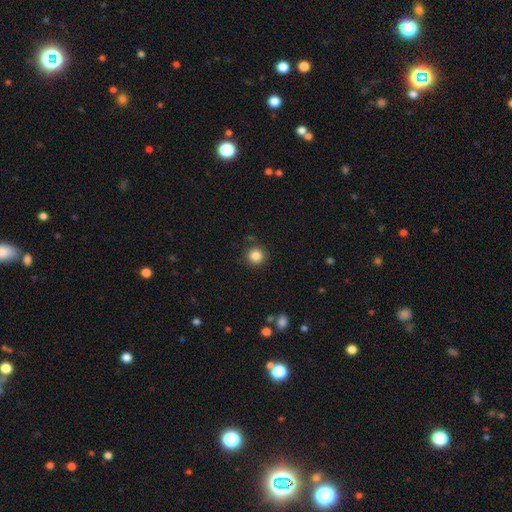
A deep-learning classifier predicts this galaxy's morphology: smooth-or-featured: smooth: 85% | star or artifact: 11% | featured or disk: 4%
  how-rounded: round: 94% | in between: 5% | cigar-shaped: 1%
  merging: none: 88% | minor disturbance: 7% | major disturbance: 2% | merger: 2%